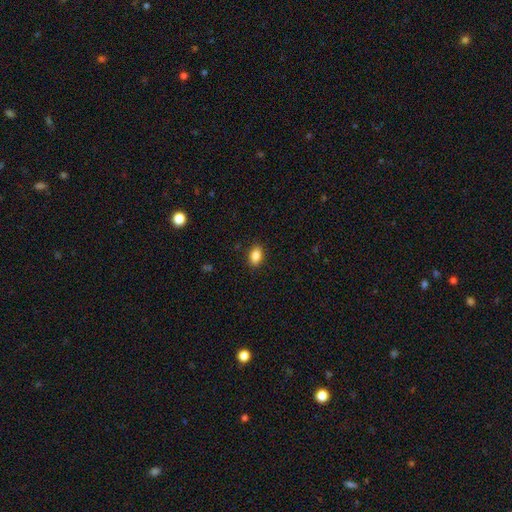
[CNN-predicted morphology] A smooth galaxy with no disk features (87%) that is in between round and cigar-shaped (85%).

Vote fractions:
- Smooth or featured? smooth: 87% / star or artifact: 9% / featured or disk: 5%
- How rounded? in between: 85% / round: 13% / cigar-shaped: 2%
- Merging? none: 89% / minor disturbance: 8% / major disturbance: 2% / merger: 1%